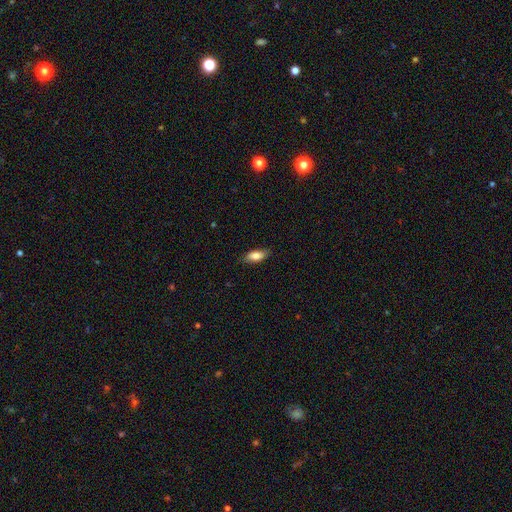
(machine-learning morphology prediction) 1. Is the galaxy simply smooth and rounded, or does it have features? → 83% smooth, 10% featured or disk, 7% star or artifact.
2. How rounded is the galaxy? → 82% in between, 15% cigar-shaped, 3% round.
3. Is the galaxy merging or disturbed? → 82% none, 14% minor disturbance, 3% major disturbance, 1% merger.